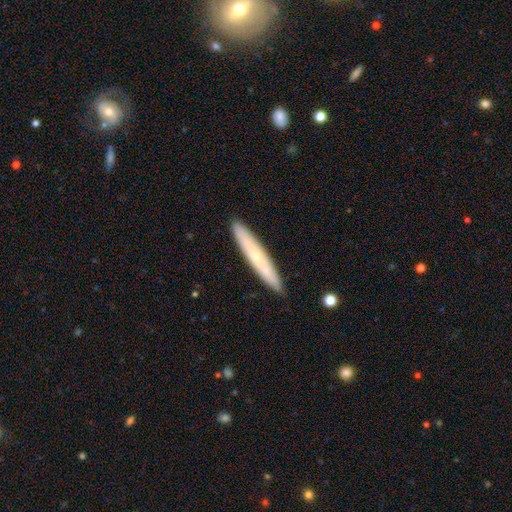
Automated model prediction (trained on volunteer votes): This is possibly a smooth galaxy (57%). How rounded: clearly cigar-shaped (94%). Merging: clearly none (91%).